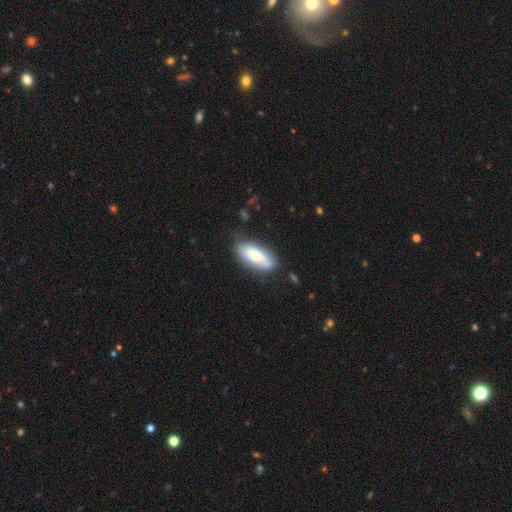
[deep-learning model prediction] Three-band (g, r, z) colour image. It shows a smooth galaxy with no disk features (60%) that is in between round and cigar-shaped (82%). Merging: none (71%).